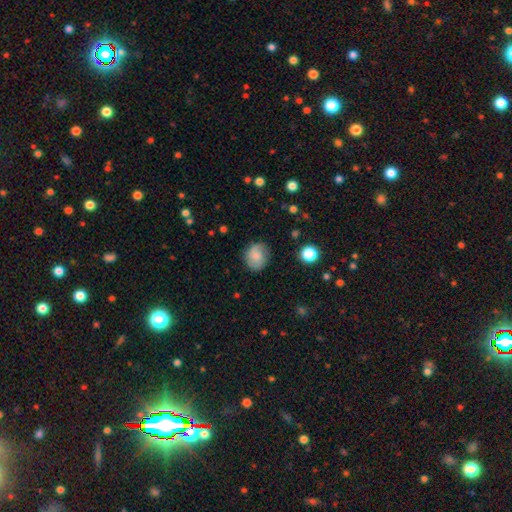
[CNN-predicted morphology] smooth 62%, featured or disk 29%, star or artifact 9%. Down the decision tree: how rounded — round (69%); merging — none (77%).